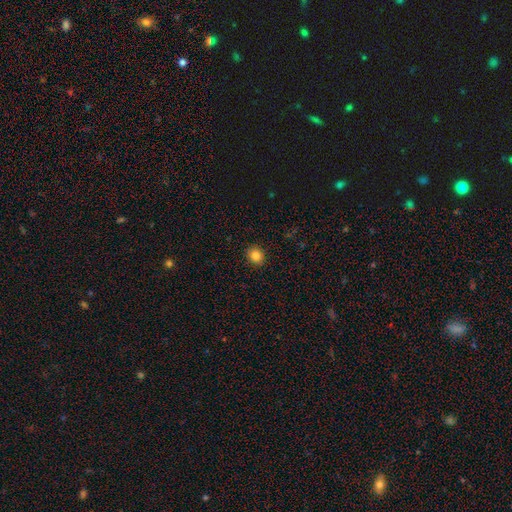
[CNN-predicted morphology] Smooth or featured? Predicted: smooth (p=0.84). How rounded? Predicted: round (p=0.78). Merging? Predicted: none (p=0.92).